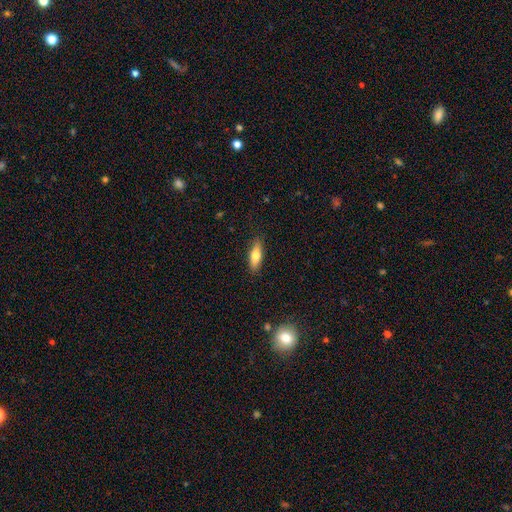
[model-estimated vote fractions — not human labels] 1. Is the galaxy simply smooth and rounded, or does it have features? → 67% smooth, 27% featured or disk, 7% star or artifact.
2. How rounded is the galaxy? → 53% in between, 45% cigar-shaped, 3% round.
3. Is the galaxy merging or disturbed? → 87% none, 10% minor disturbance, 2% major disturbance, 1% merger.